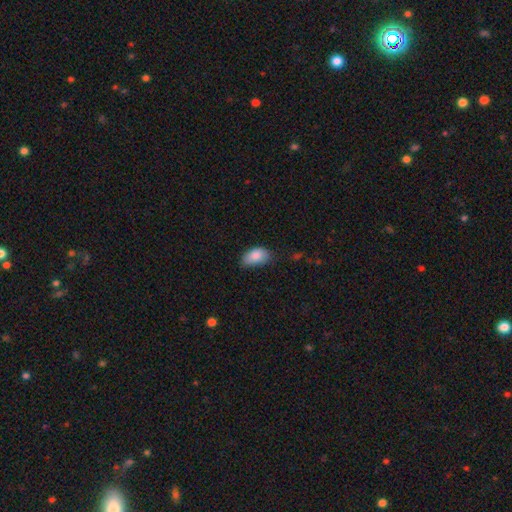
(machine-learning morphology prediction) This is clearly a smooth galaxy (85%). How rounded: clearly in between (92%). Merging: possibly none (56%).